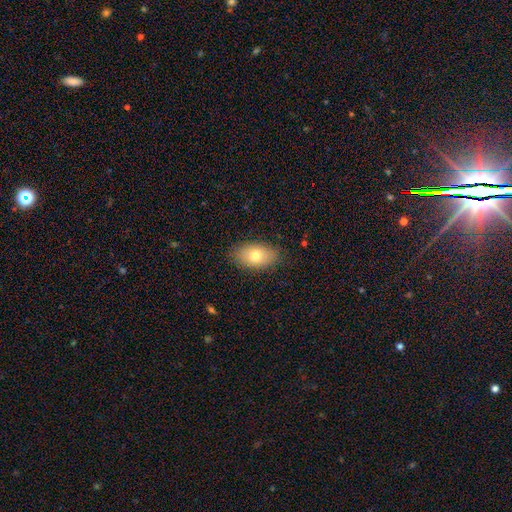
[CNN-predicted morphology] type=smooth (75%); roundness=in between (90%); merging=none (85%).